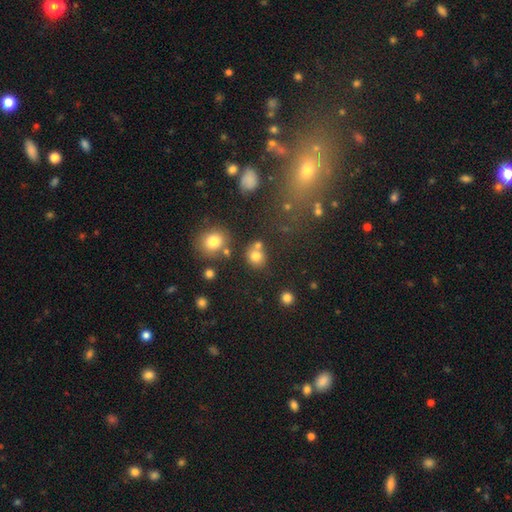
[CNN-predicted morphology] A smooth galaxy with no disk features (76%) that is round (79%). Merging: none (61%).